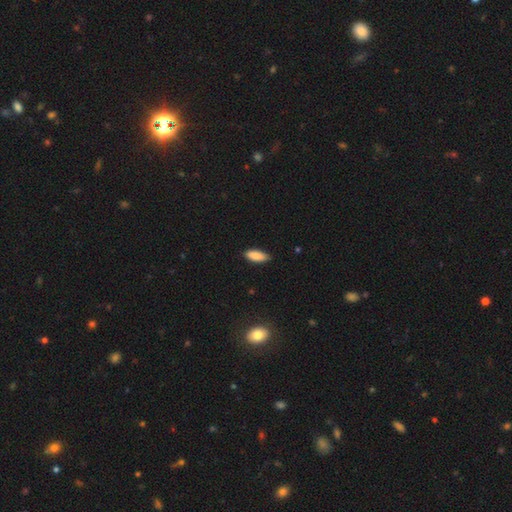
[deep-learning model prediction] This appears to be a smooth galaxy with no disk features (86%) that is in between round and cigar-shaped (75%). Merging: none (83%).